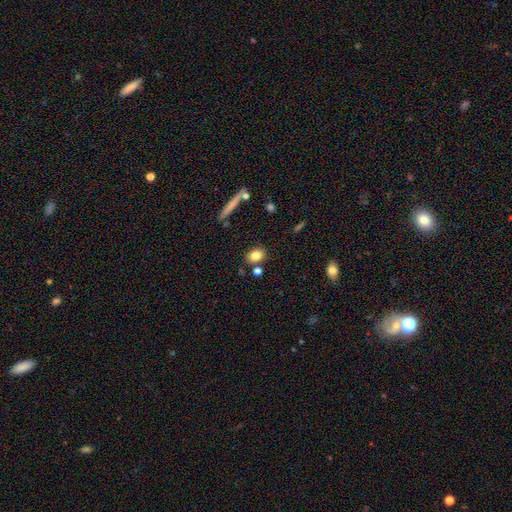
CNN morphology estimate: The model was most divided on "how rounded": in between: 61%, round: 36%, cigar-shaped: 3%. More confident: smooth or featured — smooth (81%); merging — none (79%).